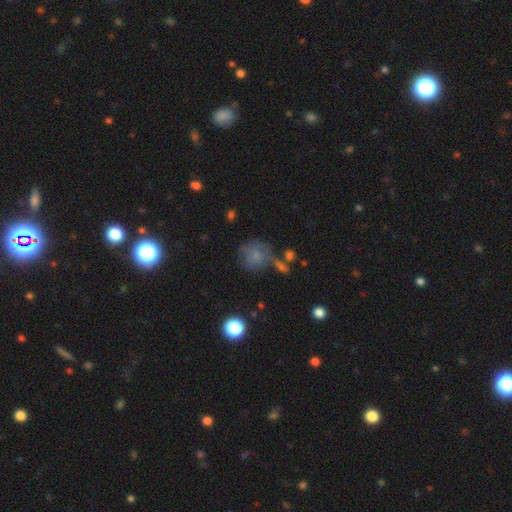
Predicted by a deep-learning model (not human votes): A smooth galaxy with no disk features (69%) that is round (81%).

Vote fractions:
- Smooth or featured? smooth: 69% / featured or disk: 19% / star or artifact: 12%
- How rounded? round: 81% / in between: 18% / cigar-shaped: 1%
- Merging? none: 48% / minor disturbance: 23% / major disturbance: 17% / merger: 12%